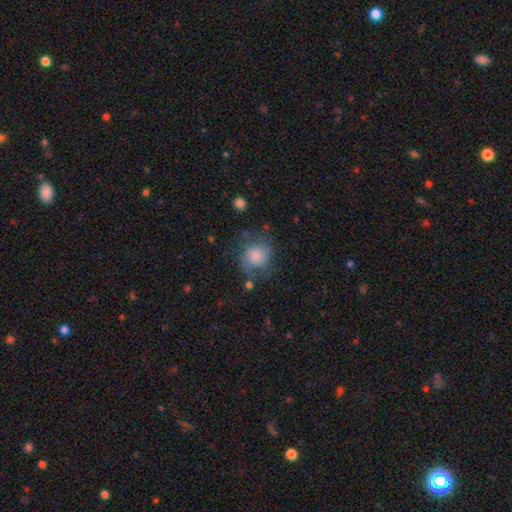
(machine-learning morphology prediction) A smooth galaxy with no disk features (65%) that is round (78%).

Vote fractions:
- Smooth or featured? smooth: 65% / featured or disk: 25% / star or artifact: 10%
- How rounded? round: 78% / in between: 21% / cigar-shaped: 1%
- Merging? none: 59% / minor disturbance: 24% / major disturbance: 14% / merger: 3%